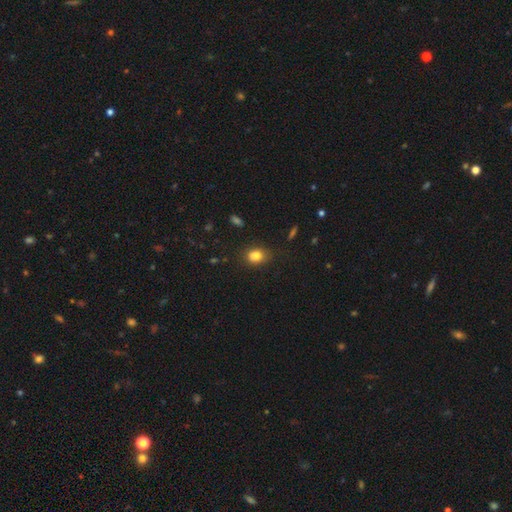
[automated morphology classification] The model was most divided on "how rounded": in between: 57%, round: 42%, cigar-shaped: 1%. More confident: smooth or featured — smooth (82%); merging — none (73%).